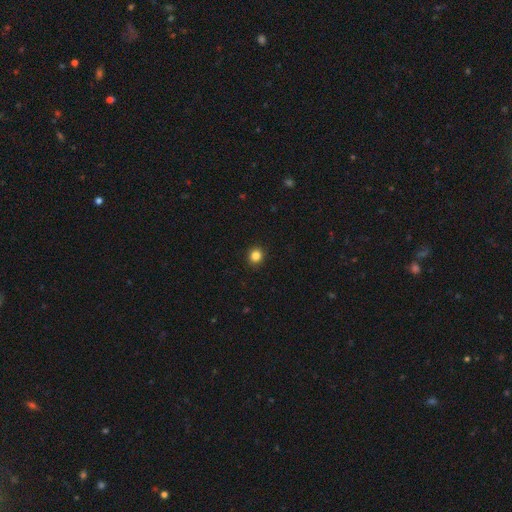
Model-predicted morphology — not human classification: This is clearly a smooth galaxy (85%). How rounded: clearly round (89%). Merging: clearly none (93%).